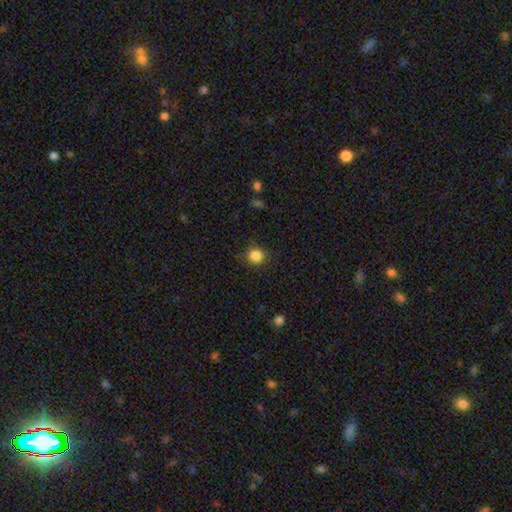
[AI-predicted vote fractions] The model was most divided on "smooth or featured": smooth: 85%, star or artifact: 11%, featured or disk: 4%. More confident: how rounded — round (92%); merging — none (86%).